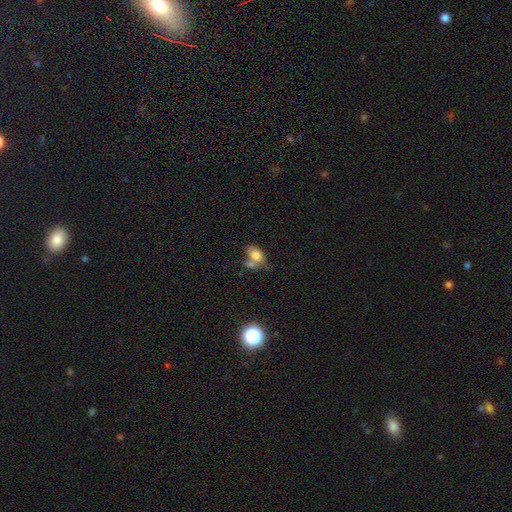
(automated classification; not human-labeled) Morphology: type=smooth (74%); roundness=in between (84%); merging=merger (38%).